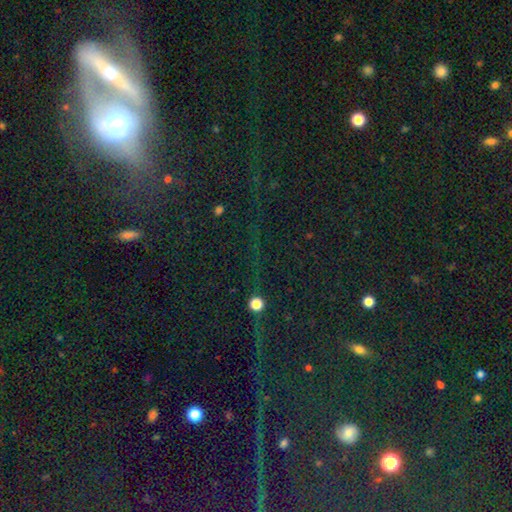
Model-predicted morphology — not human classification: Smooth or featured?
  - star or artifact: 61% *
  - smooth: 22%
  - featured or disk: 18%